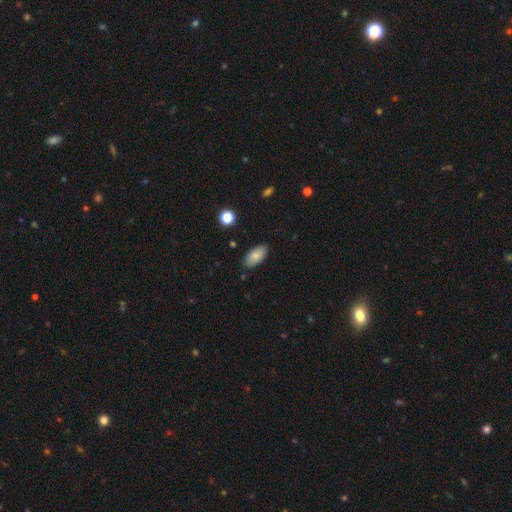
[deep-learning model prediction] This is clearly a smooth galaxy (85%). How rounded: clearly in between (93%). Merging: clearly none (86%).